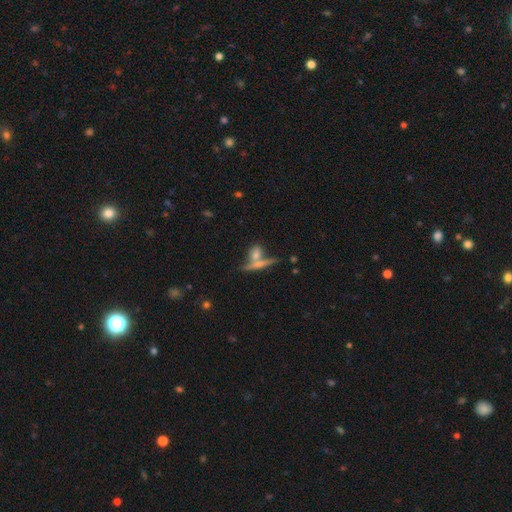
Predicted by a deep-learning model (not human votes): Overall: smooth (61%; featured or disk 29%). How rounded: cigar-shaped (42%; in between 34%). Merging: none (47%; merger 39%).